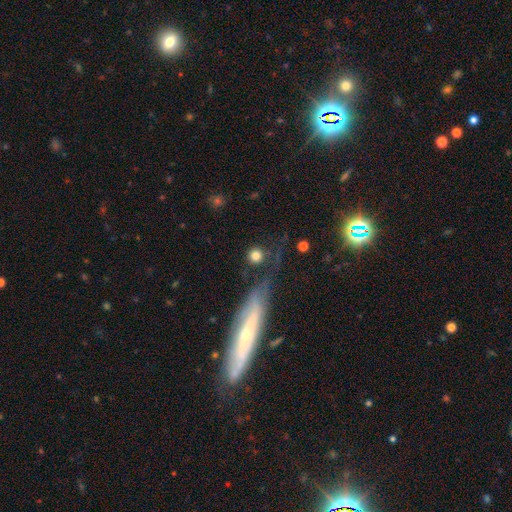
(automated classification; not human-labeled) smooth 80%, featured or disk 10%, star or artifact 10%. Down the decision tree: how rounded — round (92%); merging — none (73%).